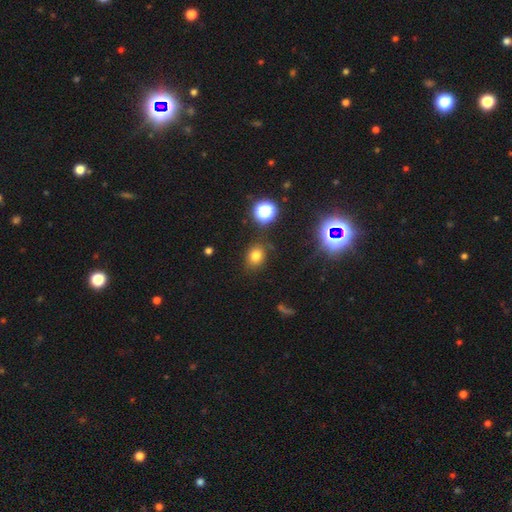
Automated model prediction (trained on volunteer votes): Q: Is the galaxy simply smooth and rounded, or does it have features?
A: smooth — 75%.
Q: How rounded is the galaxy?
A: round — 55%.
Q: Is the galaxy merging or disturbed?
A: none — 81%.